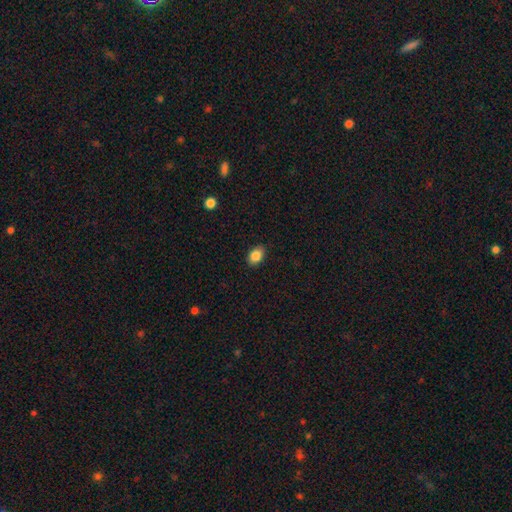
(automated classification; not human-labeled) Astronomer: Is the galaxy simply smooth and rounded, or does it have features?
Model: smooth — 86%.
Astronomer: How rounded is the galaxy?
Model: in between — 81%.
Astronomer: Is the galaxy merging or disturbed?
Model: none — 84%.